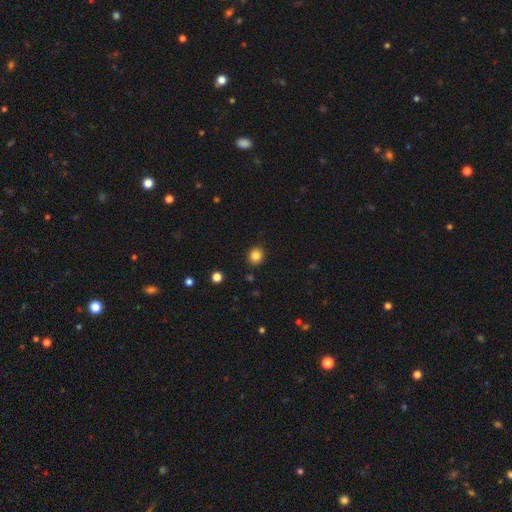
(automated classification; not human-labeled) Smooth or featured?
  - smooth: 84% *
  - star or artifact: 11%
  - featured or disk: 5%
How rounded?
  - round: 83% *
  - in between: 16%
  - cigar-shaped: 1%
Merging?
  - none: 90% *
  - minor disturbance: 6%
  - major disturbance: 2%
  - merger: 1%